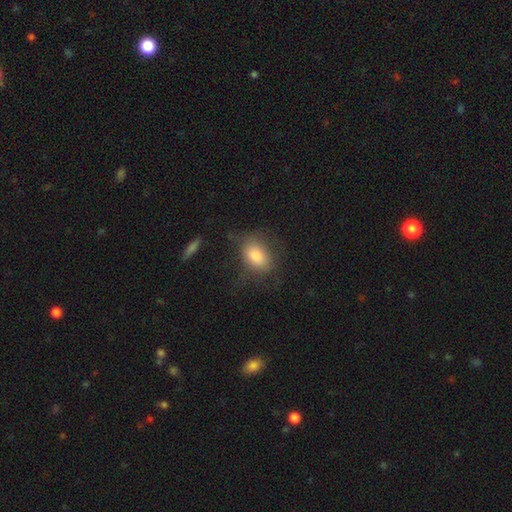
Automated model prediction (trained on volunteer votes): Smooth or featured: smooth — 79% (featured or disk — 12%)
How rounded: in between — 82% (round — 16%)
Merging: none — 59% (minor disturbance — 23%)